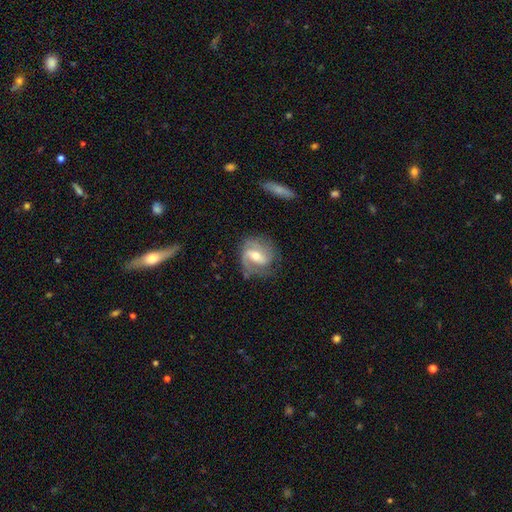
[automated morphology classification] A featured or disk galaxy (81%) with a weak bar (50%), 2 (61%) medium (48%) spiral arms (94%) and a moderate central bulge (62%).

Vote fractions:
- Smooth or featured? featured or disk: 81% / smooth: 13% / star or artifact: 6%
- Edge-on disk? no: 97% / yes: 3%
- Bar? weak: 50% / strong: 26% / no: 25%
- Spiral arms? yes: 94% / no: 6%
- Spiral winding? medium: 48% / tight: 30% / loose: 23%
- Spiral arm count? 2: 61% / 3: 14% / can't tell: 12% / 1: 9% / 4: 2% / more than 4: 2%
- Bulge size? moderate: 62% / small: 32% / large: 3% / none: 1% / dominant: 1%
- Merging? none: 66% / minor disturbance: 21% / major disturbance: 11% / merger: 2%